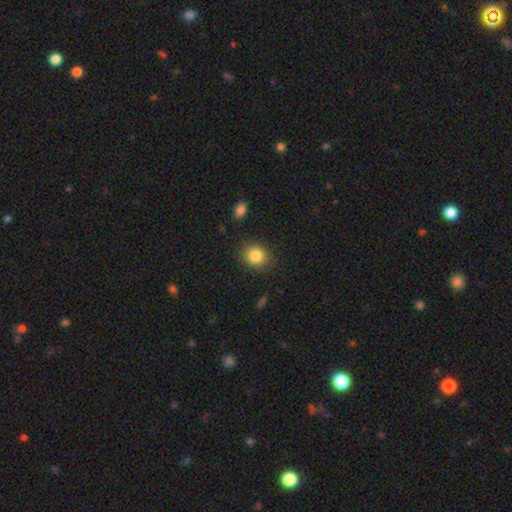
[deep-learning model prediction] smooth 84%, star or artifact 9%, featured or disk 7%. Down the decision tree: how rounded — round (72%); merging — none (84%).